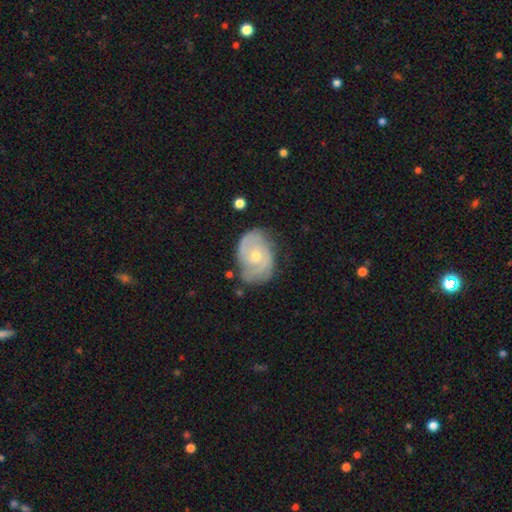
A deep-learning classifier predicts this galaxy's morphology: This is likely a featured or disk galaxy (78%). It is clearly not viewed edge-on (97%). Bar: likely no (73%). Spiral arm pattern: clearly yes (92%). Spiral arm count: possibly 2 (53%). Spiral winding: possibly tight (56%). Central bulge: possibly small (50%). Merging: likely none (70%).